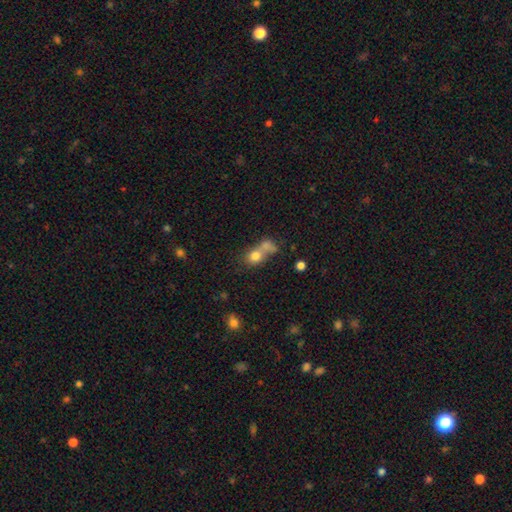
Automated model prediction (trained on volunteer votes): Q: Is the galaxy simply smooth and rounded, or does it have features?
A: smooth — 76%.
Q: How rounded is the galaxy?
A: round — 61%.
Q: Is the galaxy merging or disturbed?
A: merger — 56%.